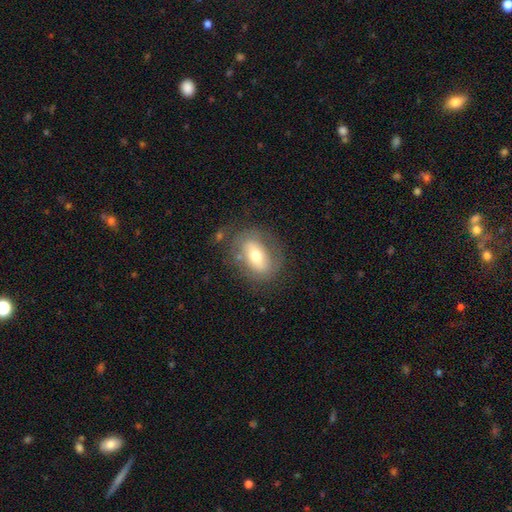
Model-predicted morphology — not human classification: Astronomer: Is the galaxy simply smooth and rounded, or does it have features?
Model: smooth — 51% (runner-up: featured or disk, 41%).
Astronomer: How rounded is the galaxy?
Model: in between — 75%.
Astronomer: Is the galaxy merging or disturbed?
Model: none — 71%.